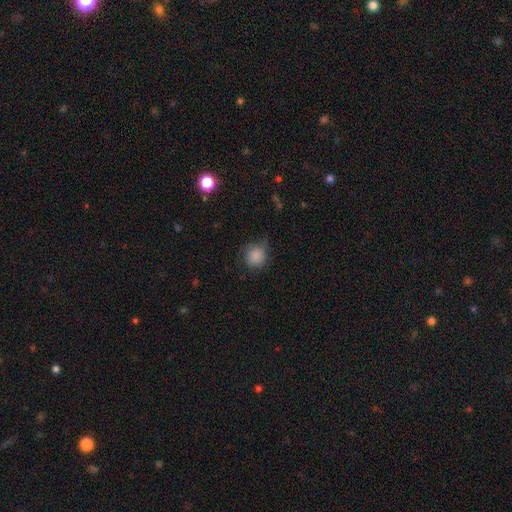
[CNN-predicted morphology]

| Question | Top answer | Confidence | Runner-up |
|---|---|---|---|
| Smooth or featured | smooth | 86% | star or artifact (9%) |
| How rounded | round | 85% | in between (14%) |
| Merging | none | 67% | minor disturbance (24%) |